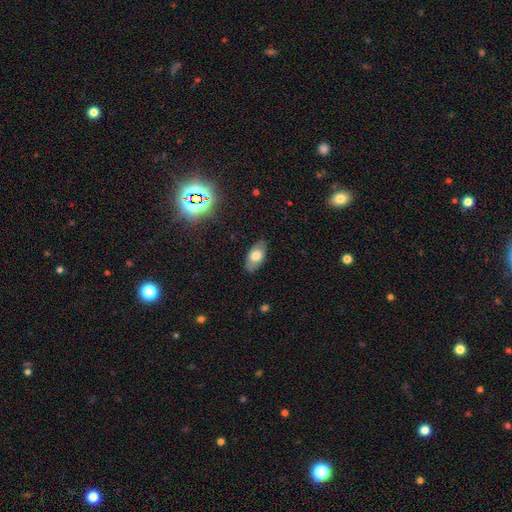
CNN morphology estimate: Smooth or featured?
  - smooth: 70% *
  - featured or disk: 21%
  - star or artifact: 9%
How rounded?
  - in between: 92% *
  - round: 4%
  - cigar-shaped: 4%
Merging?
  - none: 84% *
  - minor disturbance: 12%
  - major disturbance: 3%
  - merger: 1%